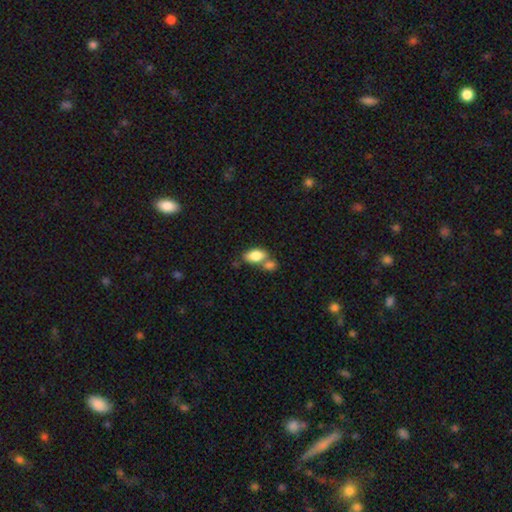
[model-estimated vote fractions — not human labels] The model was most divided on "merging": merger: 44%, none: 41%, minor disturbance: 11%, major disturbance: 4%. More confident: how rounded — in between (91%); smooth or featured — smooth (82%).